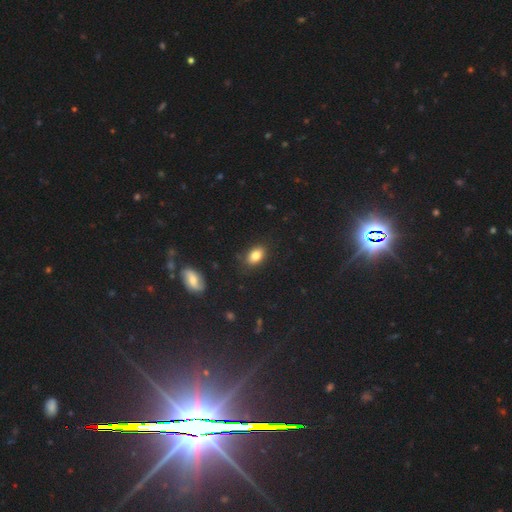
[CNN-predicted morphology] A smooth galaxy with no disk features (82%) that is in between round and cigar-shaped (87%). Merging: none (84%).